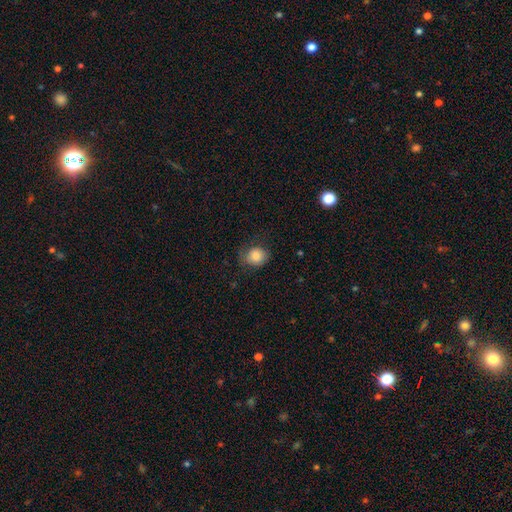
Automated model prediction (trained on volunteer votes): smooth 84%, star or artifact 9%, featured or disk 7%. Down the decision tree: how rounded — round (69%); merging — none (70%).